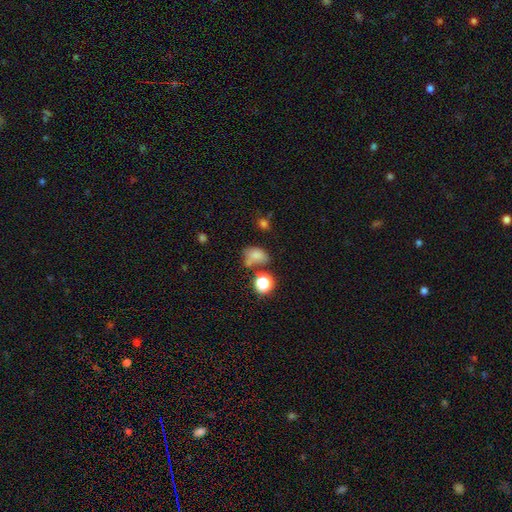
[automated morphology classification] smooth-or-featured: smooth: 72% | star or artifact: 17% | featured or disk: 11%
  how-rounded: in between: 75% | round: 23% | cigar-shaped: 2%
  merging: none: 38% | minor disturbance: 24% | merger: 22% | major disturbance: 17%